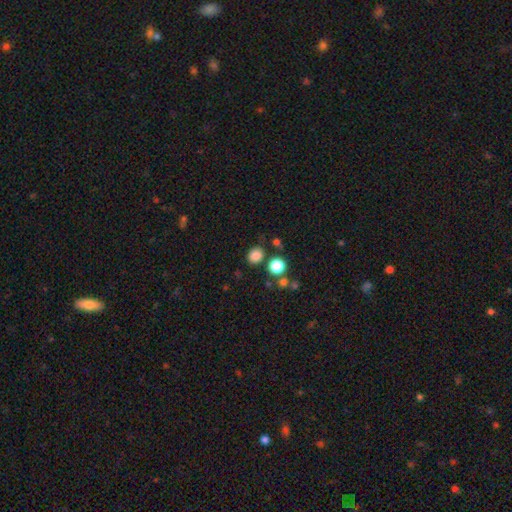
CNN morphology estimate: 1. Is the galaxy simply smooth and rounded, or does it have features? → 83% smooth, 13% star or artifact, 4% featured or disk.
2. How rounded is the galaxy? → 64% round, 35% in between, 1% cigar-shaped.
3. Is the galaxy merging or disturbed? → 80% none, 10% minor disturbance, 7% merger, 3% major disturbance.